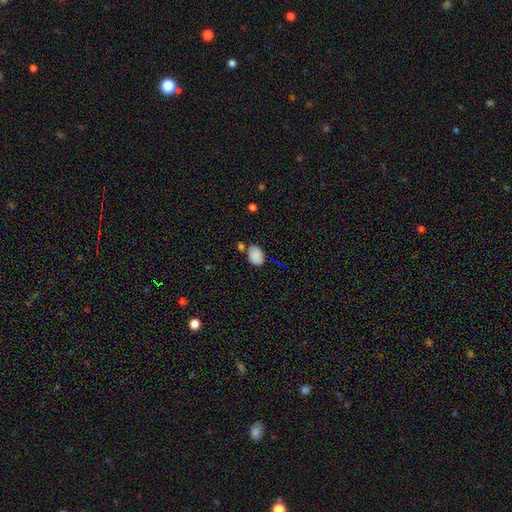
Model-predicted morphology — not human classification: Overall: smooth (87%). How rounded: in between (75%). Merging: none (67%).